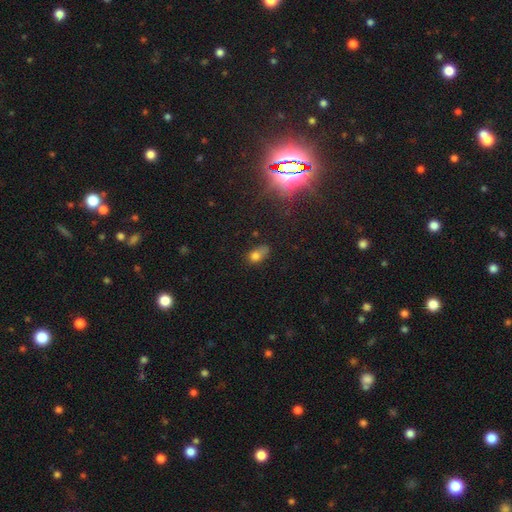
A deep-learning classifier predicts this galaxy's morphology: Smooth or featured: smooth — 72% (star or artifact — 15%)
How rounded: in between — 74% (round — 23%)
Merging: none — 38% (minor disturbance — 33%)